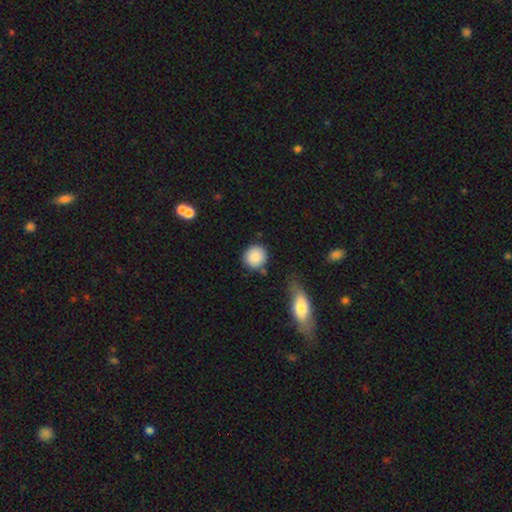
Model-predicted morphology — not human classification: Overall: smooth (88%). How rounded: round (92%). Merging: none (80%).